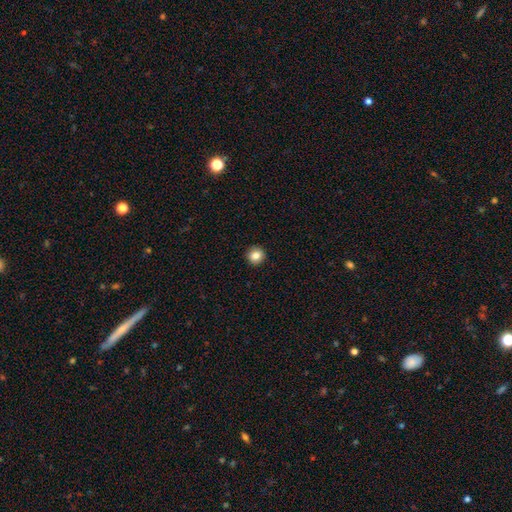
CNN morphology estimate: Smooth or featured?
  - smooth: 84% *
  - star or artifact: 10%
  - featured or disk: 6%
How rounded?
  - round: 93% *
  - in between: 6%
  - cigar-shaped: 1%
Merging?
  - none: 93% *
  - minor disturbance: 4%
  - major disturbance: 1%
  - merger: 1%